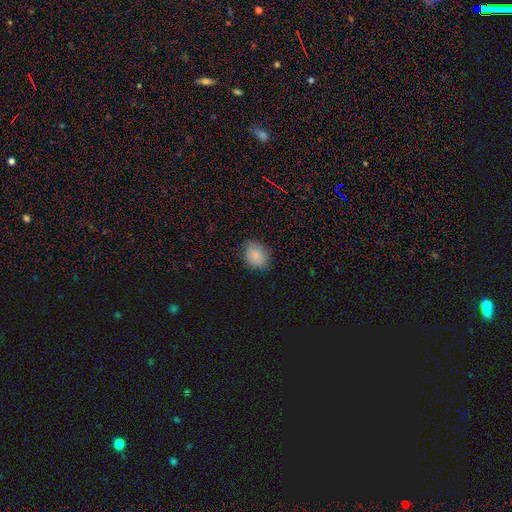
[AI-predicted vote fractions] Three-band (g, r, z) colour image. It shows a smooth galaxy with no disk features (86%) that is in between round and cigar-shaped (65%). Merging: none (81%).